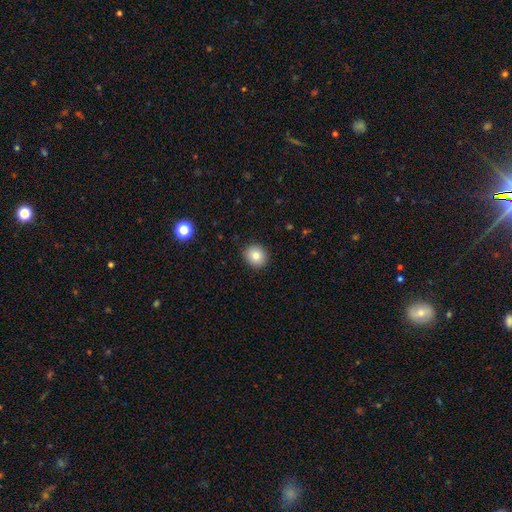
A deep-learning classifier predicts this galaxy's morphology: Smooth or featured? Predicted: smooth (p=0.82). How rounded? Predicted: round (p=0.86). Merging? Predicted: none (p=0.90).